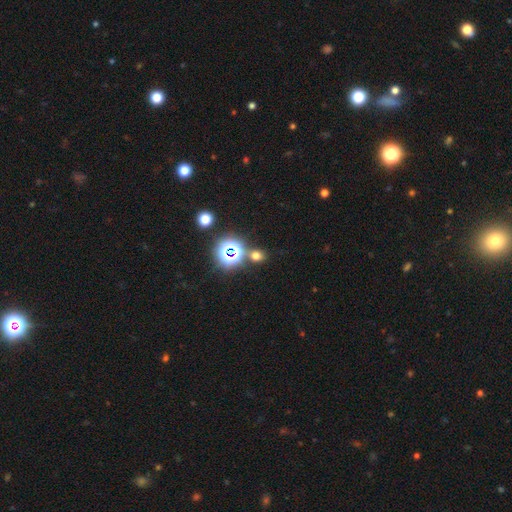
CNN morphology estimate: A smooth galaxy with no disk features (58%) that is round (70%).

Vote fractions:
- Smooth or featured? smooth: 58% / star or artifact: 35% / featured or disk: 7%
- How rounded? round: 70% / in between: 29% / cigar-shaped: 1%
- Merging? none: 77% / merger: 12% / minor disturbance: 8% / major disturbance: 4%